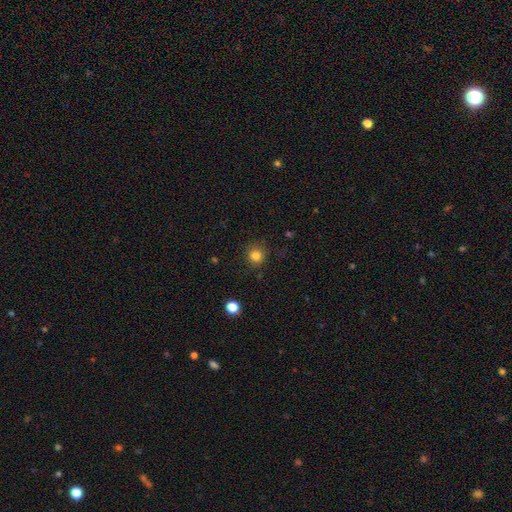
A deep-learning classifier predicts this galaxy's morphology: smooth 83%, star or artifact 12%, featured or disk 4%. Down the decision tree: how rounded — round (92%); merging — none (87%).